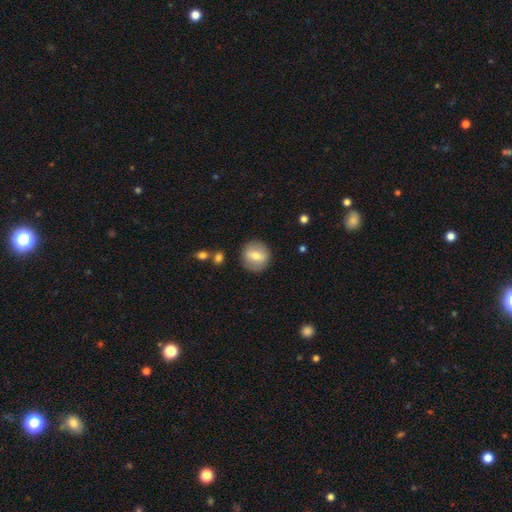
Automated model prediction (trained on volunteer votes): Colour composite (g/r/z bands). It shows a smooth galaxy with no disk features (62%) that is round (88%). Merging: none (88%).